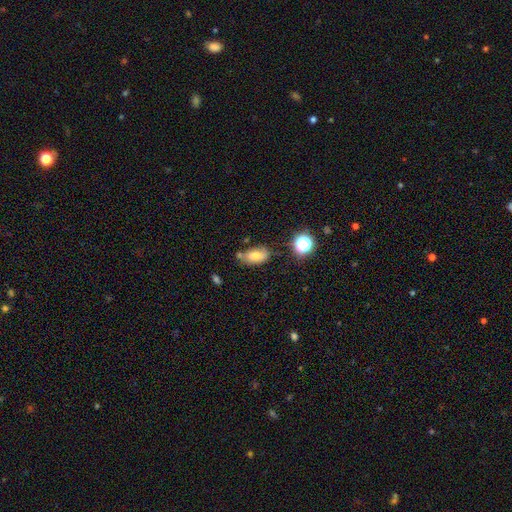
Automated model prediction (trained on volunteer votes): Smooth or featured: smooth — 71% (featured or disk — 16%)
How rounded: in between — 88% (round — 8%)
Merging: none — 55% (minor disturbance — 26%)